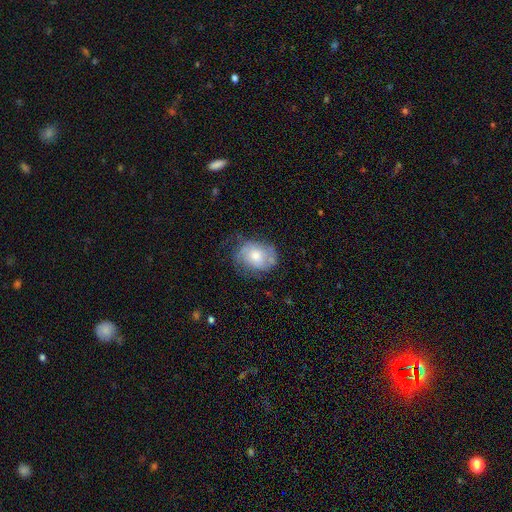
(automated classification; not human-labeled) featured or disk 47%, smooth 45%, star or artifact 7%. Down the decision tree: merging — none (53%).